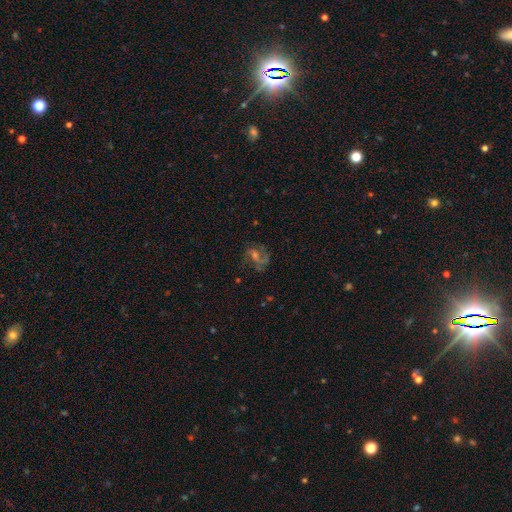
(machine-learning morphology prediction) featured or disk 65%, star or artifact 20%, smooth 15%. Down the decision tree: edge-on disk — no (97%); bar — no (46%); spiral arms — yes (87%); spiral arm count — 2 (54%); spiral winding — medium (50%); bulge size — moderate (50%); merging — none (69%).